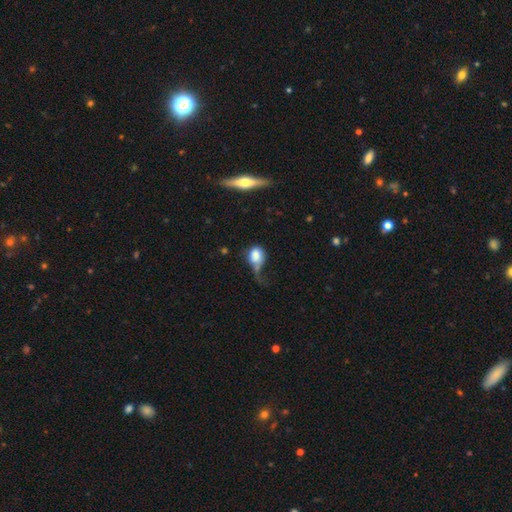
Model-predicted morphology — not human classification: Smooth or featured? Predicted: smooth (p=0.74). How rounded? Predicted: round (p=0.50). Merging? Predicted: major disturbance (p=0.41).